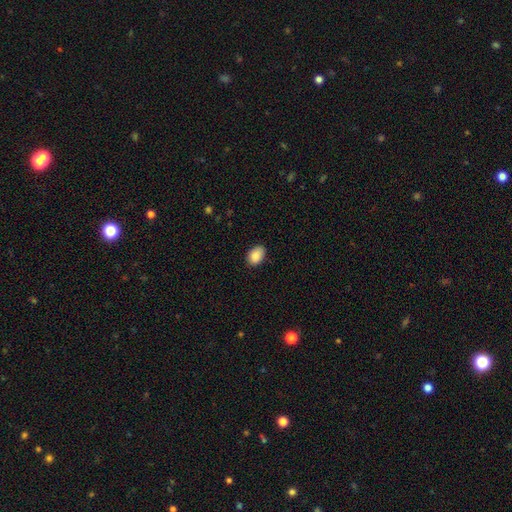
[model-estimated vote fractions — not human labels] The model was most divided on "how rounded": in between: 80%, round: 19%, cigar-shaped: 1%. More confident: smooth or featured — smooth (89%); merging — none (85%).